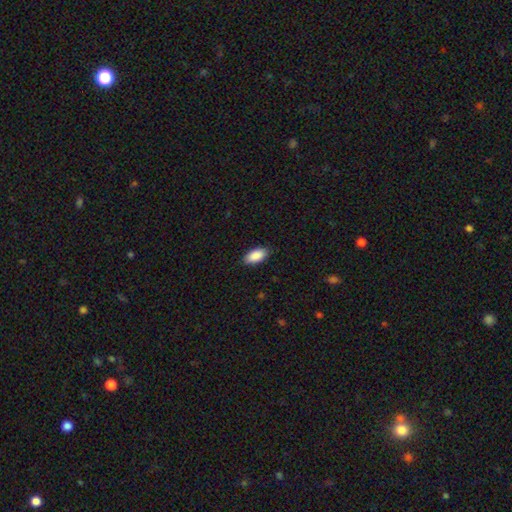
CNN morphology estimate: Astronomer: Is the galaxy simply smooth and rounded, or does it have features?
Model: smooth — 90%.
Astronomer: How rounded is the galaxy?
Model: in between — 93%.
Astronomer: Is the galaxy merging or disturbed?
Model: none — 87%.